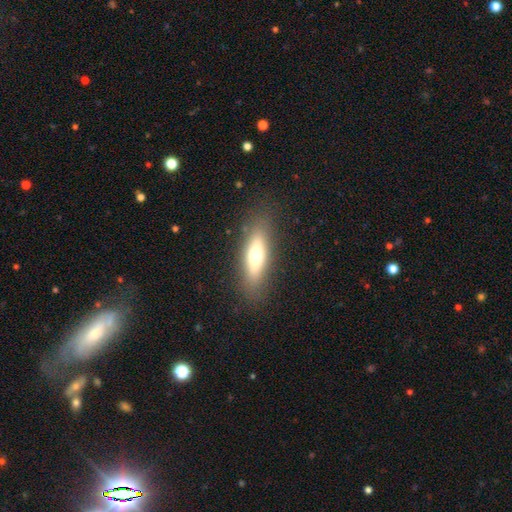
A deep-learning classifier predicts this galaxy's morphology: smooth 63%, featured or disk 30%, star or artifact 7%. Down the decision tree: how rounded — cigar-shaped (50%); merging — none (85%).